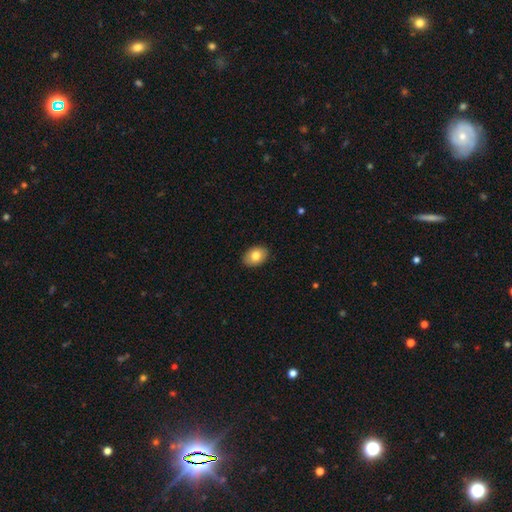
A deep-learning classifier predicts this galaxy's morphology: smooth 82%, featured or disk 11%, star or artifact 7%. Down the decision tree: how rounded — in between (80%); merging — none (90%).